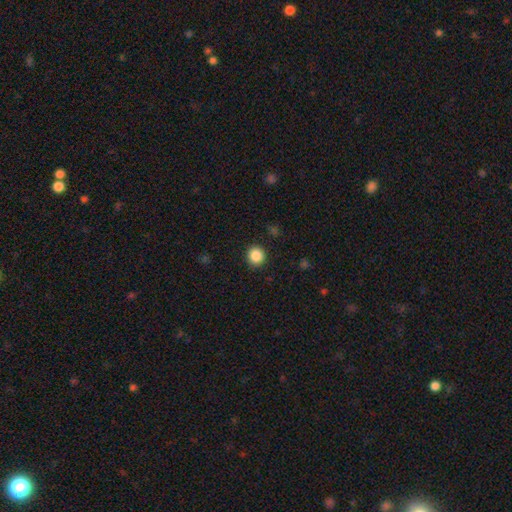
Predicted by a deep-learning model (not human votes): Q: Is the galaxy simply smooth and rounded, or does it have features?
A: smooth — 87%.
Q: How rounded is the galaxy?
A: round — 91%.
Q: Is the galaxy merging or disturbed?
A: none — 92%.